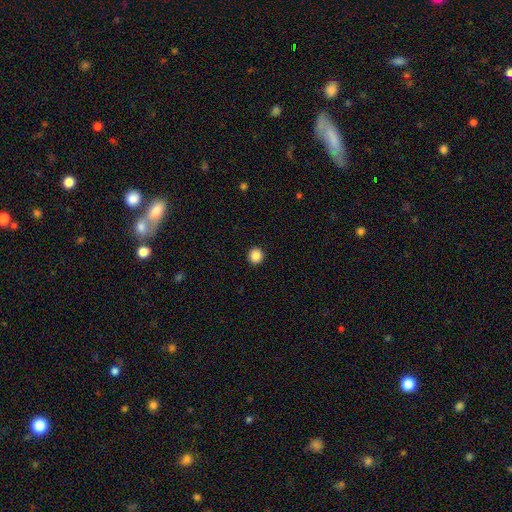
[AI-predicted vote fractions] Overall: smooth (87%). How rounded: round (95%). Merging: none (94%).